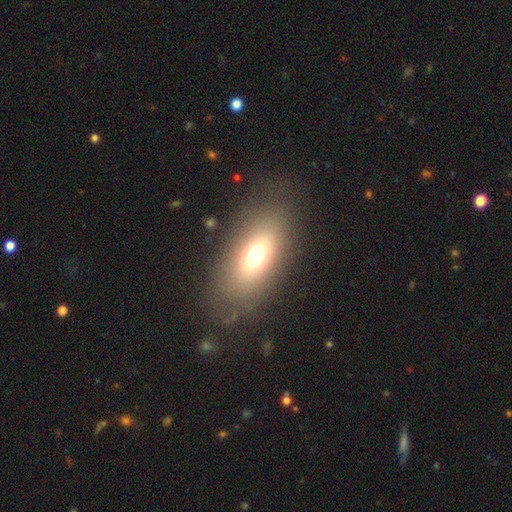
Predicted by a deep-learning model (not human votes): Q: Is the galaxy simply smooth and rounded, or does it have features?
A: smooth — 66%.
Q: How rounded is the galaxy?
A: in between — 81%.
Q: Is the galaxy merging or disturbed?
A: none — 78%.